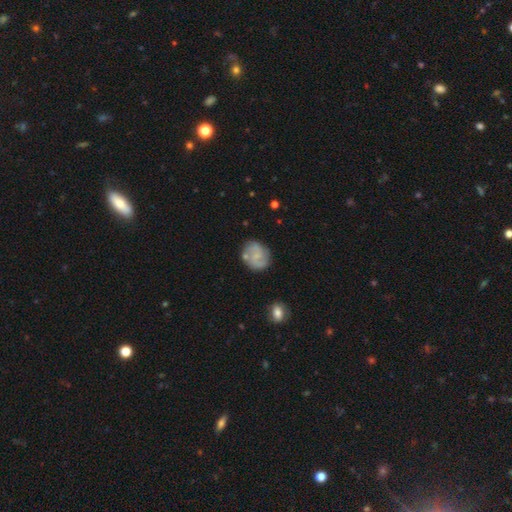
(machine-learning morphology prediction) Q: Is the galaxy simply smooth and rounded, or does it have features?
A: featured or disk — 54%.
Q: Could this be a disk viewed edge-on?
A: no — 98%.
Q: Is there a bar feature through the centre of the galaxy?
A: no — 58%.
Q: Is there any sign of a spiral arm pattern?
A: yes — 85%.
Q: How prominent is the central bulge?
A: small — 45%.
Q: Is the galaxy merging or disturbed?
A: none — 71%.